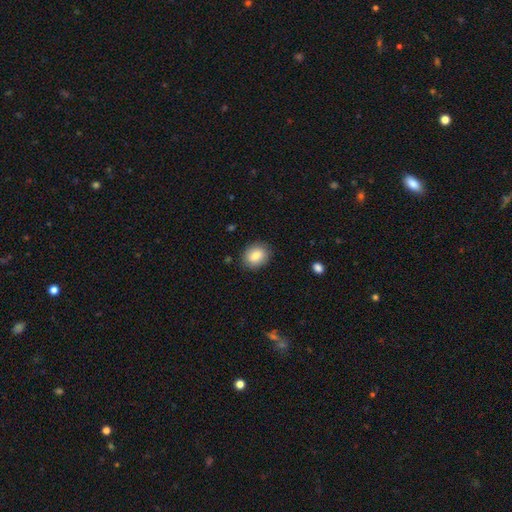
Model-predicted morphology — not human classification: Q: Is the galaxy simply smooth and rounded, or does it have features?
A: smooth — 84%.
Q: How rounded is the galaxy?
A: in between — 50%.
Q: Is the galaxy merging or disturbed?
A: none — 86%.